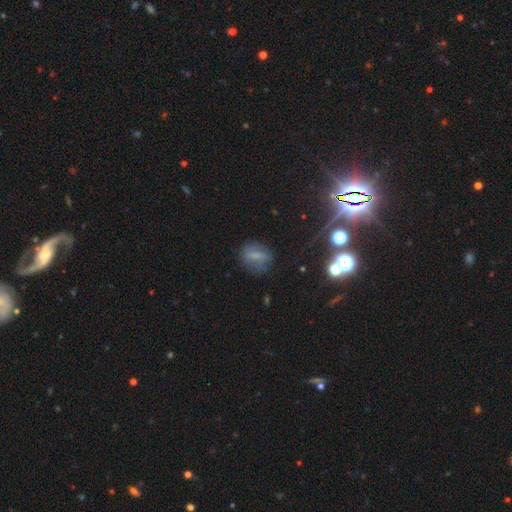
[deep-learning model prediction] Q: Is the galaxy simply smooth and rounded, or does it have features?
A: smooth — 54%.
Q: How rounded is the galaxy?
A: in between — 58%.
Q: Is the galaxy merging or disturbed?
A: none — 71%.